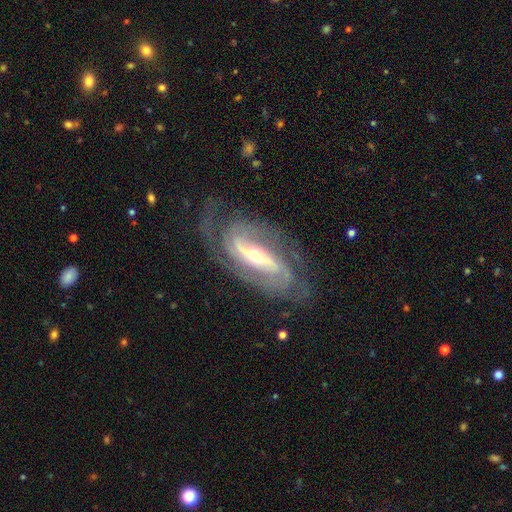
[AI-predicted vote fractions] smooth-or-featured: featured or disk: 89% | smooth: 6% | star or artifact: 5%
  disk-edge-on: no: 92% | yes: 8%
    bar: strong: 58% | weak: 27% | no: 16%
    has-spiral-arms: yes: 96% | no: 4%
      spiral-winding: medium: 42% | tight: 40% | loose: 19%
      spiral-arm-count: 2: 70% | can't tell: 12% | 3: 9% | 4: 3% | 1: 3% | more than 4: 3%
    bulge-size: small: 57% | moderate: 39% | large: 3% | none: 1% | dominant: 1%
  merging: none: 68% | minor disturbance: 18% | major disturbance: 12% | merger: 2%